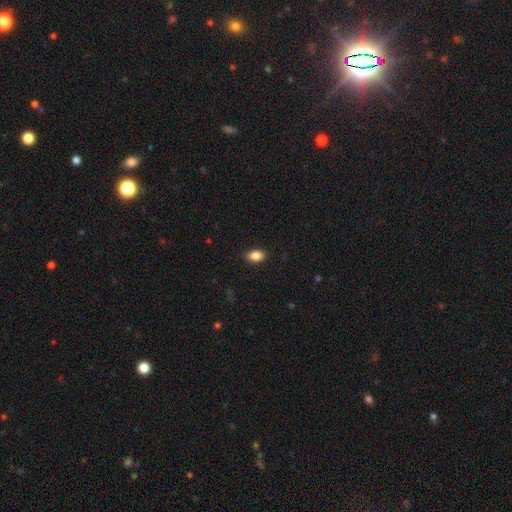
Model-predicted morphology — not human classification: Smooth or featured? smooth (85%)
How rounded? in between (86%)
Merging? none (83%)